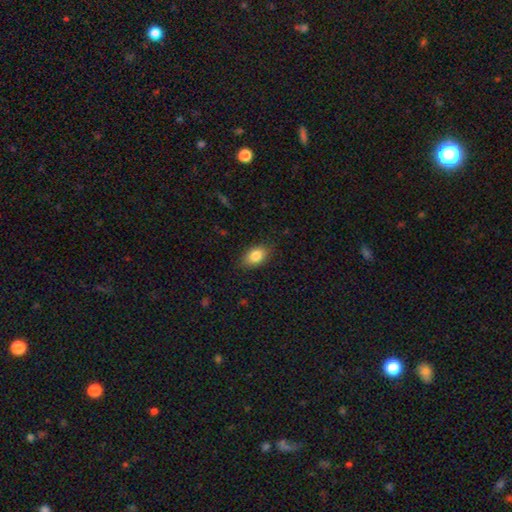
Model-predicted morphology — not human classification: Smooth or featured? Predicted: smooth (p=0.84). How rounded? Predicted: in between (p=0.86). Merging? Predicted: none (p=0.83).